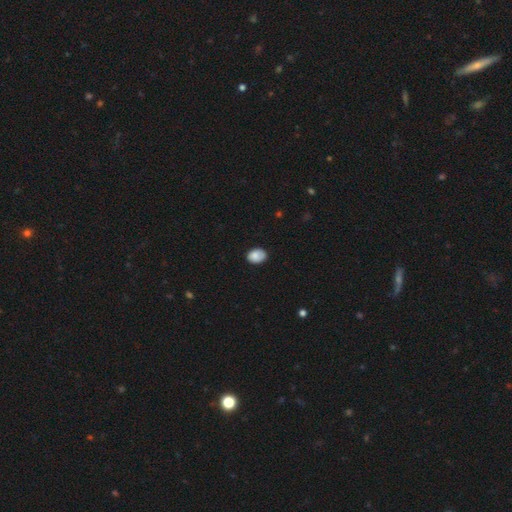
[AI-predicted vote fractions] Smooth or featured: smooth — 84% (featured or disk — 8%)
How rounded: in between — 69% (round — 30%)
Merging: none — 77% (minor disturbance — 19%)